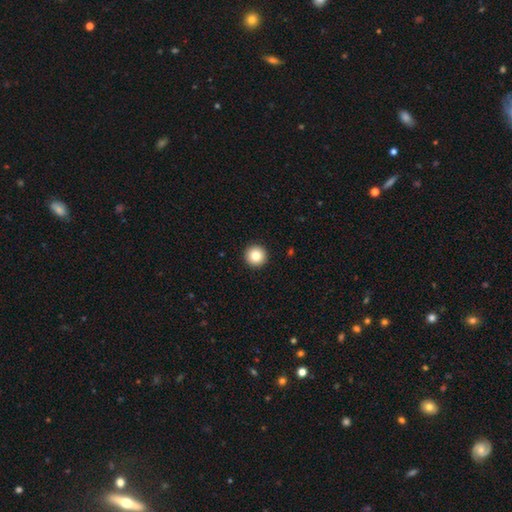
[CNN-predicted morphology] Smooth or featured? Predicted: smooth (p=0.83). How rounded? Predicted: round (p=0.97). Merging? Predicted: none (p=0.94).